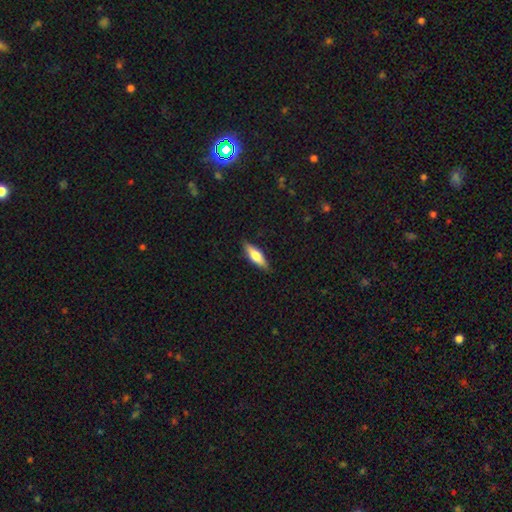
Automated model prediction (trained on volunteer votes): Smooth or featured? smooth (59%)
How rounded? cigar-shaped (50%)
Merging? none (87%)